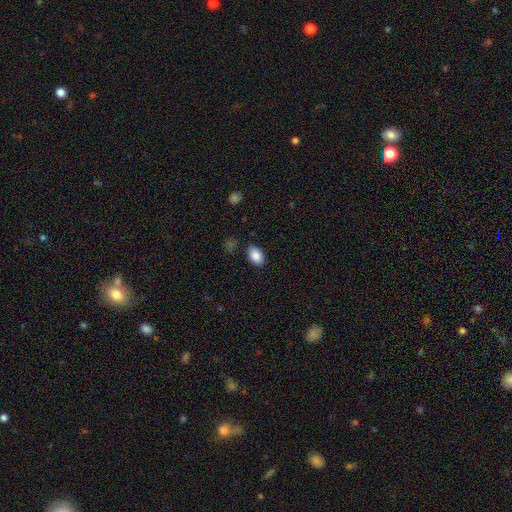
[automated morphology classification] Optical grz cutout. It shows a smooth galaxy with no disk features (88%) that is in between round and cigar-shaped (88%). Merging: none (82%).